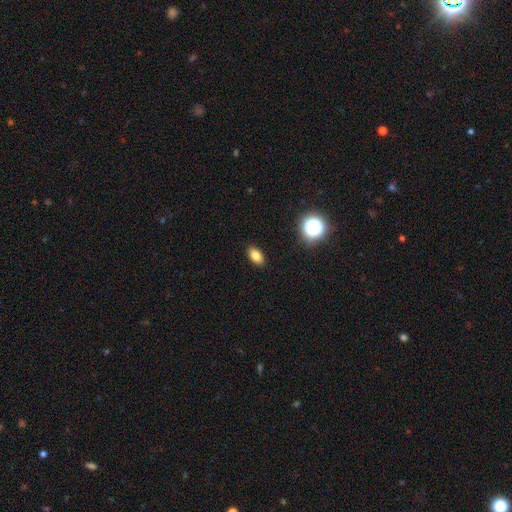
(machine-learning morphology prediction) Smooth or featured? Predicted: smooth (p=0.81). How rounded? Predicted: in between (p=0.88). Merging? Predicted: none (p=0.89).